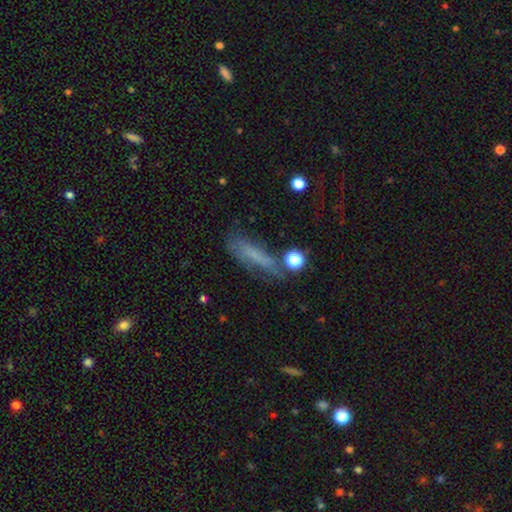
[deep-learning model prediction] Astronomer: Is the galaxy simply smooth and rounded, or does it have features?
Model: smooth — 57%.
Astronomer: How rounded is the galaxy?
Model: cigar-shaped — 68%.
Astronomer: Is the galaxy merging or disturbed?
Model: none — 50% (runner-up: minor disturbance, 25%).